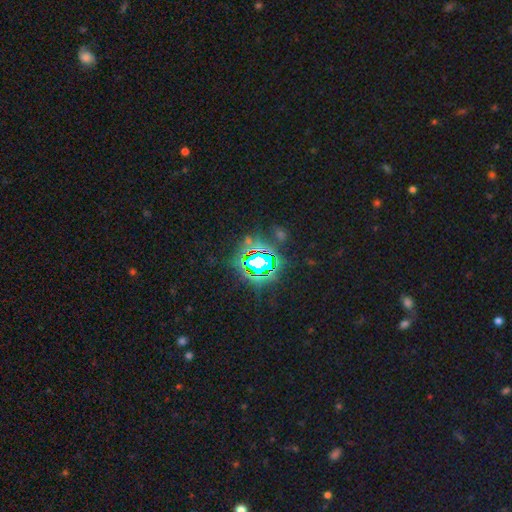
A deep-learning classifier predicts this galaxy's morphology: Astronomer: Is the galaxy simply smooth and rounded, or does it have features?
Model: star or artifact — 80%.